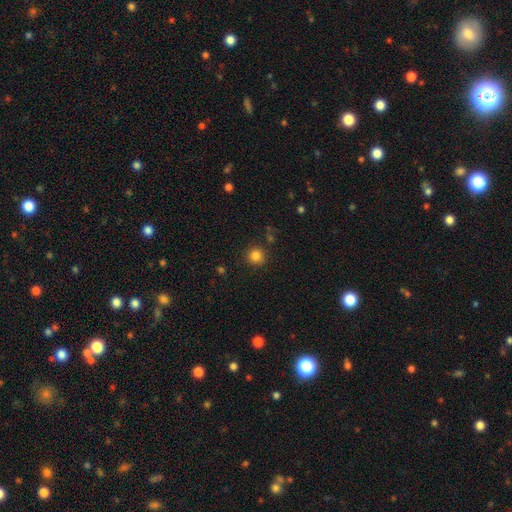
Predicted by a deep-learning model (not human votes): This is clearly a smooth galaxy (83%). How rounded: clearly round (94%). Merging: clearly none (88%).